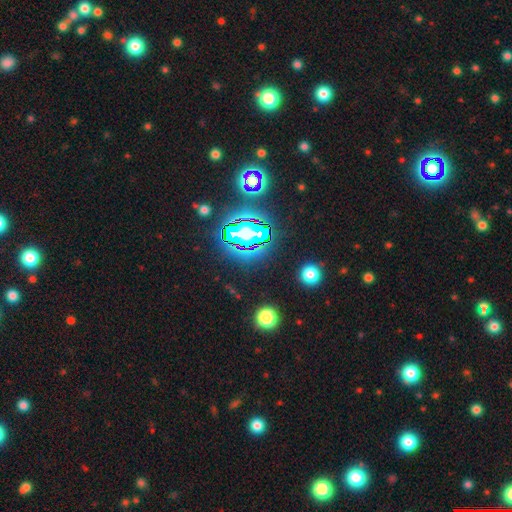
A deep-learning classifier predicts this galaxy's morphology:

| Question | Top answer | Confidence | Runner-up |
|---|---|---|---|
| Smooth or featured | star or artifact | 83% | smooth (11%) |